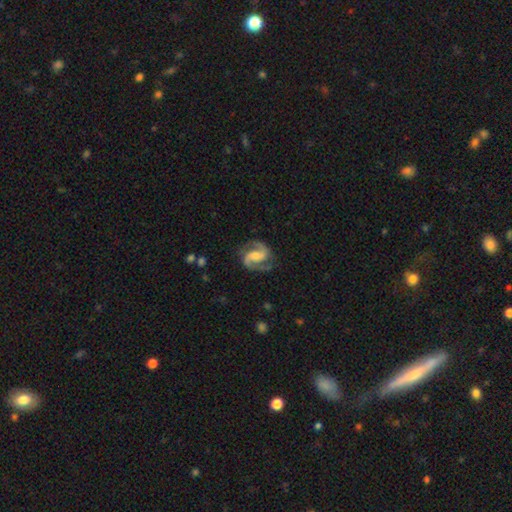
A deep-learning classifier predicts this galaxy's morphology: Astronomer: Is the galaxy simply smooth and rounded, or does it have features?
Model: featured or disk — 90%.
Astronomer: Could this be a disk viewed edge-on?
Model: no — 98%.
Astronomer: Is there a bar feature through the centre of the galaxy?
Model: weak — 45% (runner-up: strong, 28%).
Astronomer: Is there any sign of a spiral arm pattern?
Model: yes — 98%.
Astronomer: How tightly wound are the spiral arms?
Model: medium — 59%.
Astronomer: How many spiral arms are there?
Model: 2 — 94%.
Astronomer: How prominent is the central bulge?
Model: moderate — 42% (runner-up: small, 34%).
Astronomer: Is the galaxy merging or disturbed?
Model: none — 81%.